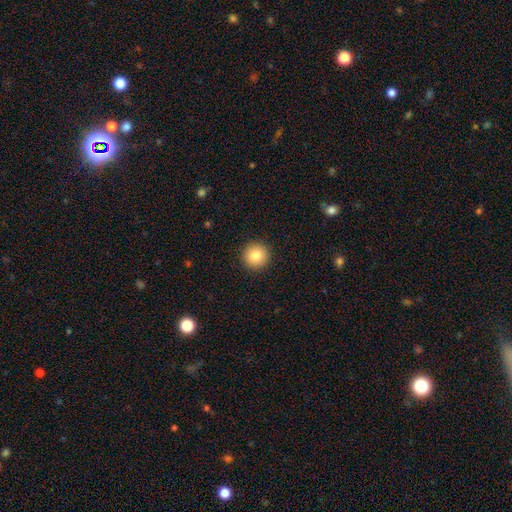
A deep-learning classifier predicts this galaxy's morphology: smooth-or-featured: smooth: 83% | star or artifact: 10% | featured or disk: 7%
  how-rounded: round: 95% | in between: 4% | cigar-shaped: 1%
  merging: none: 93% | minor disturbance: 5% | major disturbance: 2% | merger: 1%